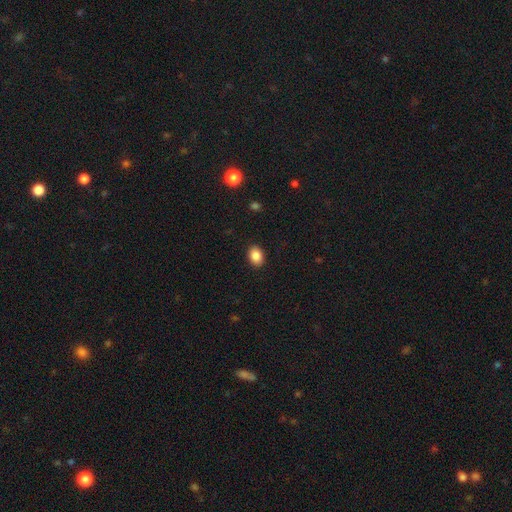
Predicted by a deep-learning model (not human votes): This is clearly a smooth galaxy (87%). How rounded: likely in between (73%). Merging: clearly none (89%).